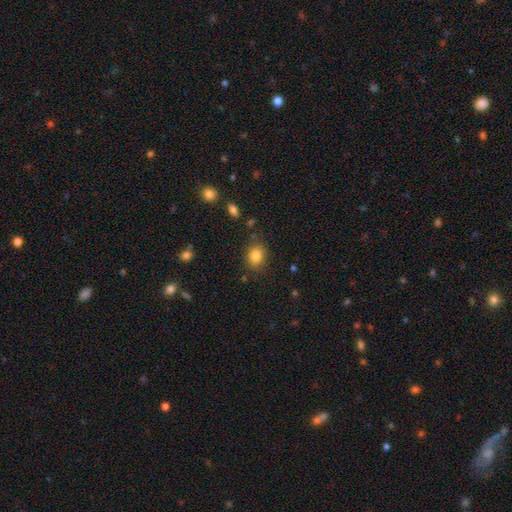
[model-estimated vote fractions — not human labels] smooth_or_featured: smooth (p=0.84) [alt: star or artifact p=0.10]
how_rounded: round (p=0.54) [alt: in between p=0.45]
merging: none (p=0.82) [alt: minor disturbance p=0.12]